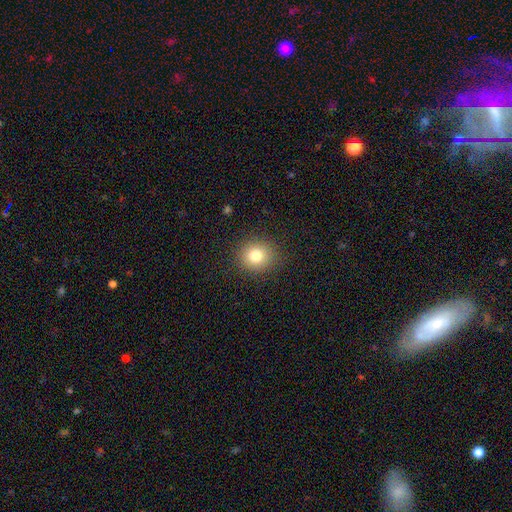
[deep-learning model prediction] Q: Smooth or featured?
A: smooth (79%); runner-up: star or artifact (12%)
Q: How rounded?
A: round (82%); runner-up: in between (17%)
Q: Merging?
A: none (88%); runner-up: minor disturbance (8%)